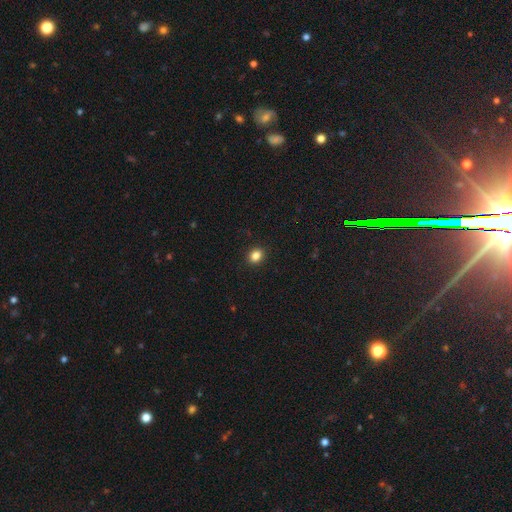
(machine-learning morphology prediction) smooth-or-featured: smooth: 85% | star or artifact: 11% | featured or disk: 4%
  how-rounded: round: 53% | in between: 46% | cigar-shaped: 1%
  merging: none: 92% | minor disturbance: 6% | major disturbance: 2% | merger: 1%